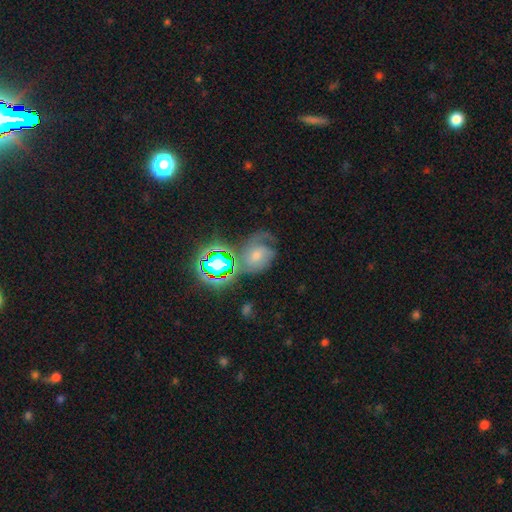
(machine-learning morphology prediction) Smooth or featured?
  - featured or disk: 52% *
  - smooth: 26%
  - star or artifact: 22%
Edge-on disk?
  - no: 96% *
  - yes: 4%
Bar?
  - no: 63% *
  - weak: 28%
  - strong: 9%
Spiral arms?
  - yes: 89% *
  - no: 11%
Bulge size?
  - moderate: 39% *
  - small: 35%
  - large: 12%
  - none: 9%
  - dominant: 4%
Merging?
  - none: 46% *
  - minor disturbance: 23%
  - major disturbance: 21%
  - merger: 9%